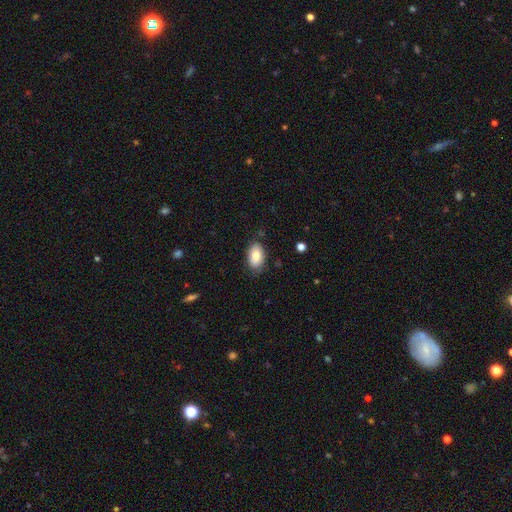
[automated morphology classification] type=smooth (81%); roundness=in between (92%); merging=none (79%).